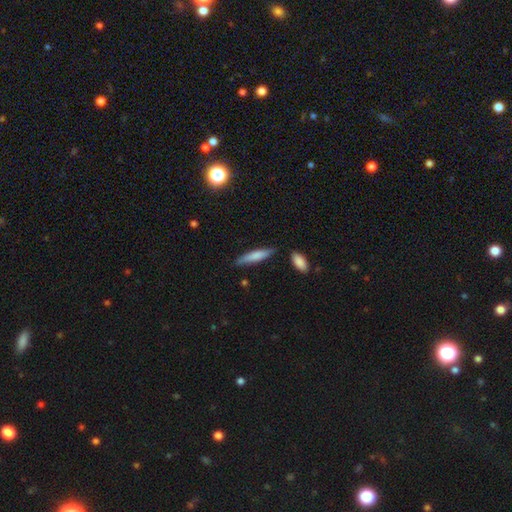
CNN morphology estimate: This is likely a smooth galaxy (73%). How rounded: clearly cigar-shaped (83%). Merging: likely none (80%).